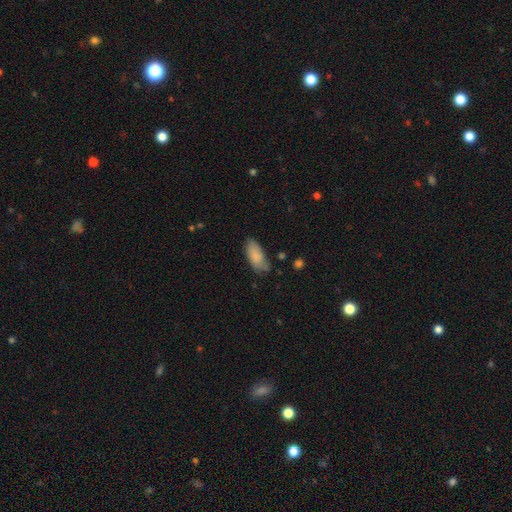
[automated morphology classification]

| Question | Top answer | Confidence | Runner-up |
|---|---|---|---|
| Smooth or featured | smooth | 84% | featured or disk (10%) |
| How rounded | in between | 88% | cigar-shaped (10%) |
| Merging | none | 62% | minor disturbance (29%) |